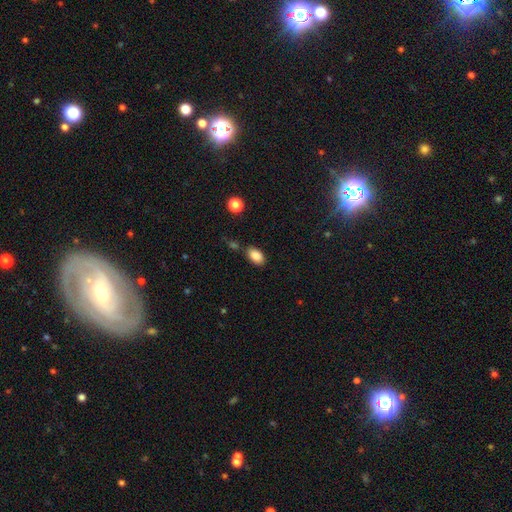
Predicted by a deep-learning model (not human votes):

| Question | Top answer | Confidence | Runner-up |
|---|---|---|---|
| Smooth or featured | smooth | 87% | star or artifact (8%) |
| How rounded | in between | 91% | round (8%) |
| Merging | none | 77% | minor disturbance (13%) |